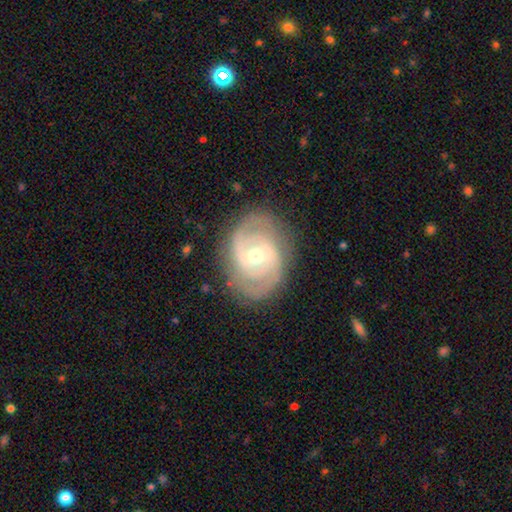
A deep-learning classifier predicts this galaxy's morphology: type=featured or disk (87%); edge-on=no (97%); bar=weak (52%); spiral arms=yes (95%); winding=tight (51%); arm count=2 (63%); bulge=moderate (57%); merging=none (79%).